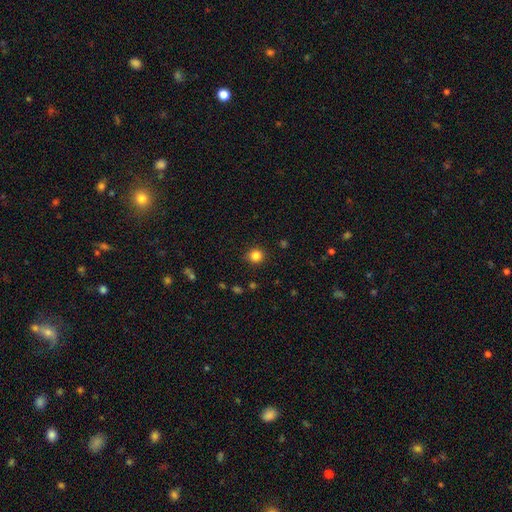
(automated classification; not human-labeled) This appears to be a smooth galaxy with no disk features (83%) that is round (91%). Merging: none (89%).